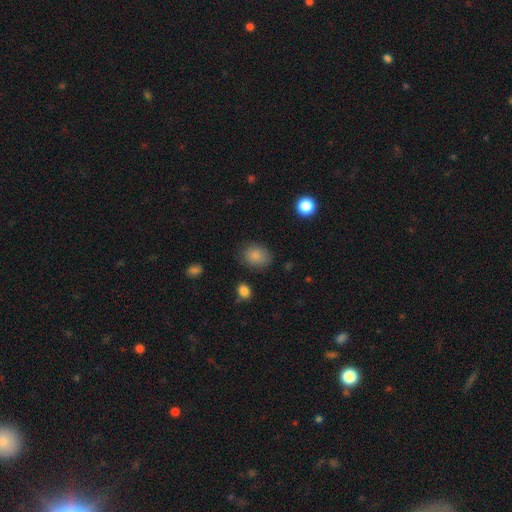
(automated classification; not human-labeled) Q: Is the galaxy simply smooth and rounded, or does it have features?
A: smooth — 85%.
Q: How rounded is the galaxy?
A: in between — 54%.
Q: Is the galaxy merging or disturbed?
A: none — 79%.